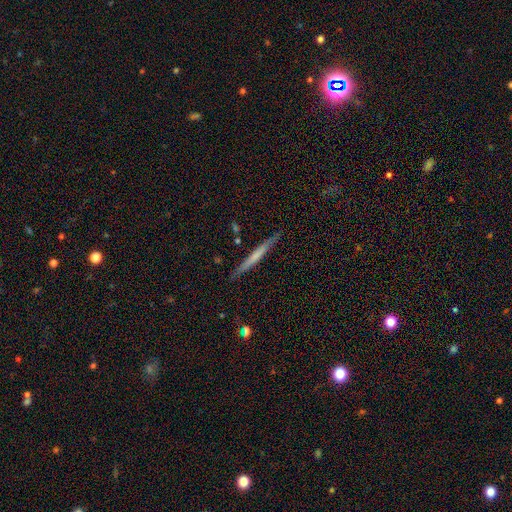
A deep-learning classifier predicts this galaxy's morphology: This is possibly a smooth galaxy (49%). Merging: clearly none (89%).